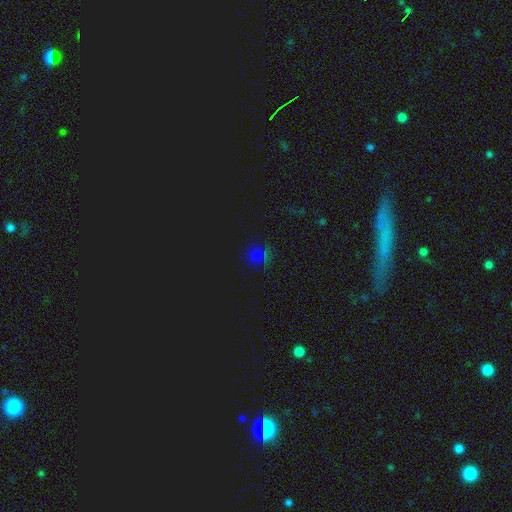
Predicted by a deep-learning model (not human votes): Q: Smooth or featured?
A: star or artifact (58%); runner-up: smooth (35%)